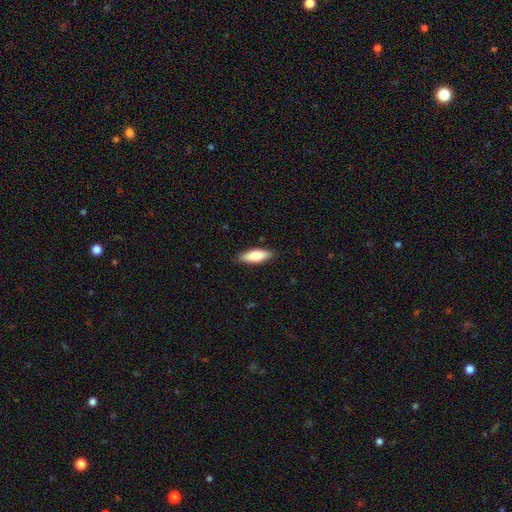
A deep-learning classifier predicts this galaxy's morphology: A smooth galaxy with no disk features (79%) that is in between round and cigar-shaped (65%).

Vote fractions:
- Smooth or featured? smooth: 79% / featured or disk: 15% / star or artifact: 6%
- How rounded? in between: 65% / cigar-shaped: 33% / round: 2%
- Merging? none: 86% / minor disturbance: 11% / major disturbance: 2% / merger: 1%